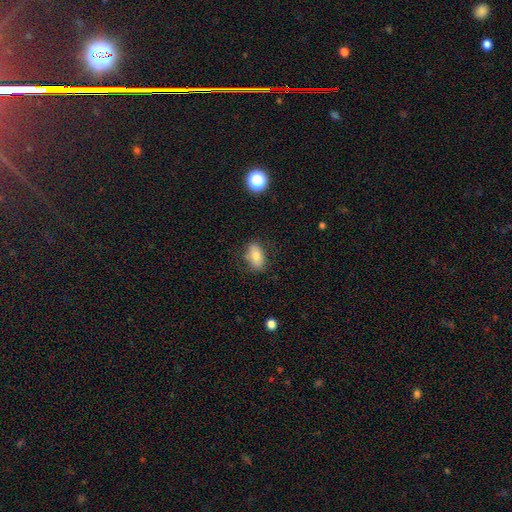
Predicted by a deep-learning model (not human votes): Q: Smooth or featured?
A: smooth (76%); runner-up: featured or disk (15%)
Q: How rounded?
A: in between (87%); runner-up: round (11%)
Q: Merging?
A: none (80%); runner-up: minor disturbance (15%)